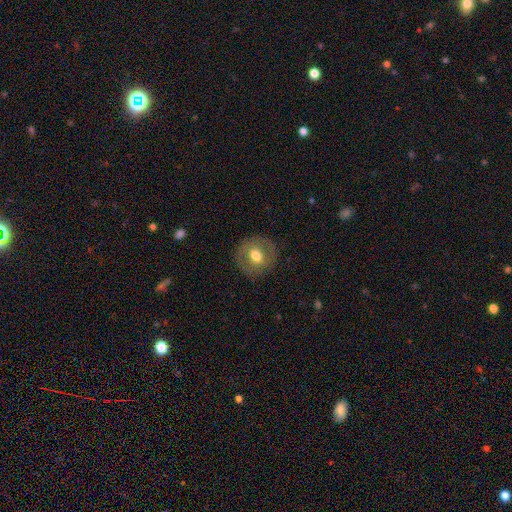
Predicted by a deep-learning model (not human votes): smooth 55%, featured or disk 37%, star or artifact 8%. Down the decision tree: how rounded — round (86%); merging — none (86%).